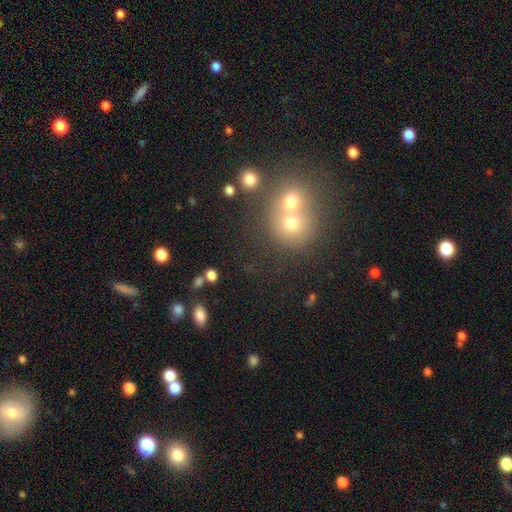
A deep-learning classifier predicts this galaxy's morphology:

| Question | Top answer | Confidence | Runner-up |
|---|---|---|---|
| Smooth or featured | smooth | 53% | star or artifact (30%) |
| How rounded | round | 80% | in between (19%) |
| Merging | merger | 48% | none (42%) |